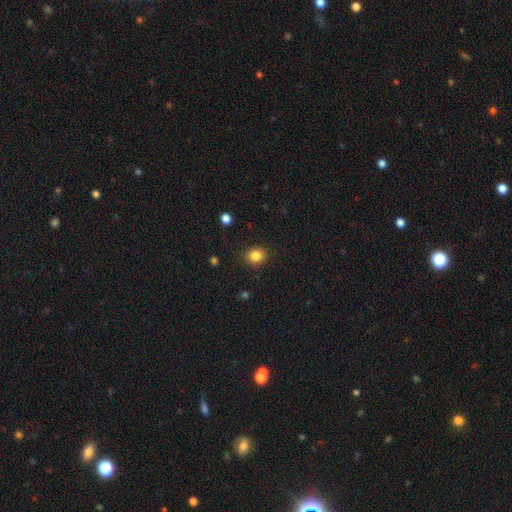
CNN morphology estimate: Smooth or featured: smooth — 83% (star or artifact — 11%)
How rounded: round — 75% (in between — 24%)
Merging: none — 89% (minor disturbance — 7%)